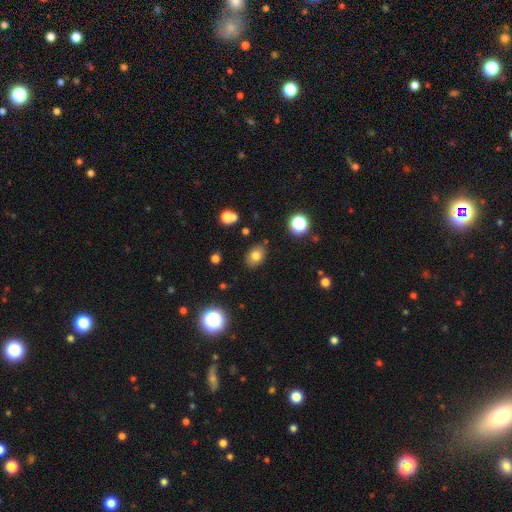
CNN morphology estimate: A smooth galaxy with no disk features (77%) that is in between round and cigar-shaped (72%). Merging: none (83%).